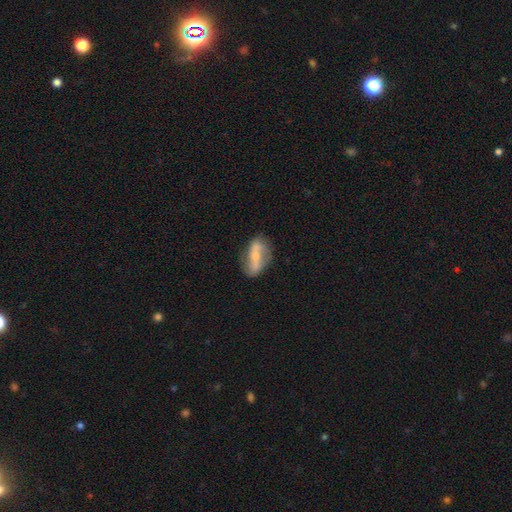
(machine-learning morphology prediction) Smooth or featured: featured or disk — 61% (smooth — 32%)
Edge-on disk: no — 88% (yes — 12%)
Bar: strong — 49% (weak — 26%)
Spiral arms: yes — 66% (no — 34%)
Bulge size: small — 49% (moderate — 44%)
Merging: none — 70% (minor disturbance — 20%)